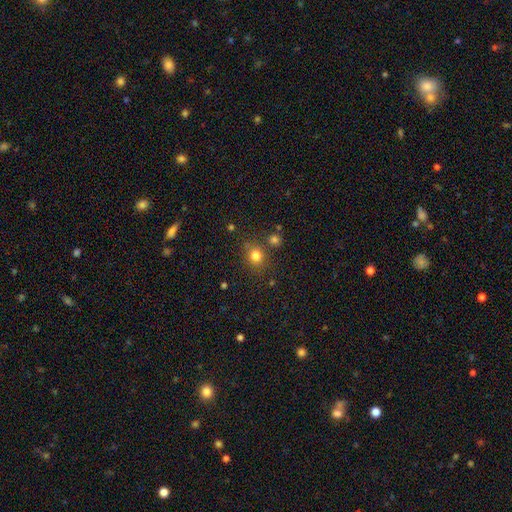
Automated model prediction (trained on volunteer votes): Morphology: type=smooth (79%); roundness=round (79%); merging=none (76%).